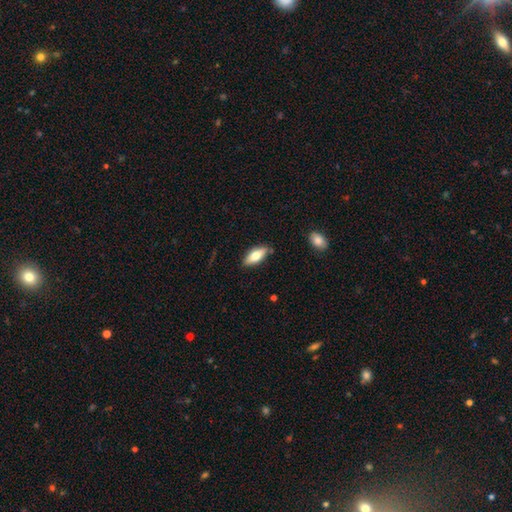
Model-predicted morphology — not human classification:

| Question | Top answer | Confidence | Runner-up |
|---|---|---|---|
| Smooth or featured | smooth | 65% | featured or disk (28%) |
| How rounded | in between | 74% | cigar-shaped (23%) |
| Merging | none | 83% | minor disturbance (13%) |